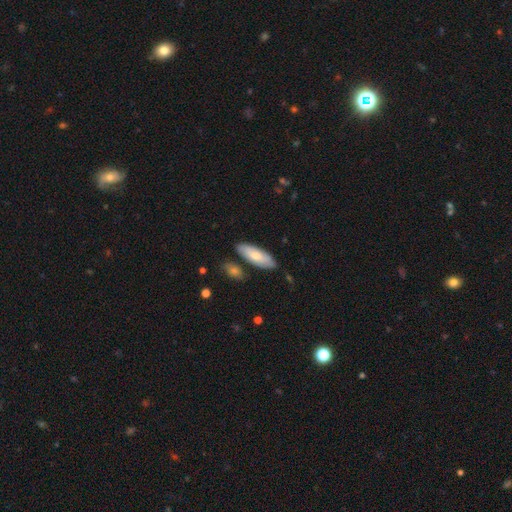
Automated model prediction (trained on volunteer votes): smooth-or-featured: smooth: 71% | featured or disk: 23% | star or artifact: 5%
  how-rounded: in between: 69% | cigar-shaped: 29% | round: 2%
  merging: none: 79% | minor disturbance: 13% | merger: 5% | major disturbance: 2%